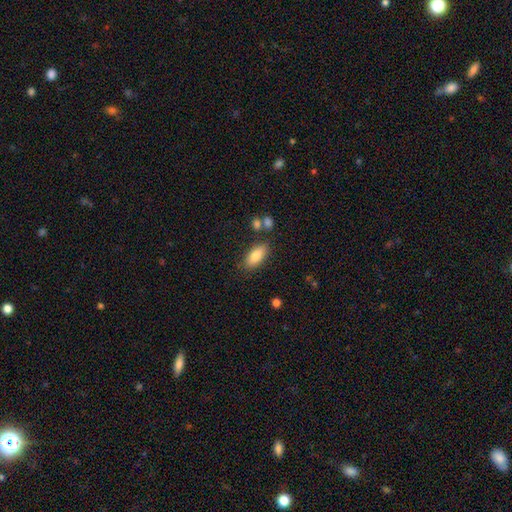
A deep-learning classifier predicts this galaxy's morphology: This is clearly a smooth galaxy (82%). How rounded: clearly in between (86%). Merging: likely none (79%).